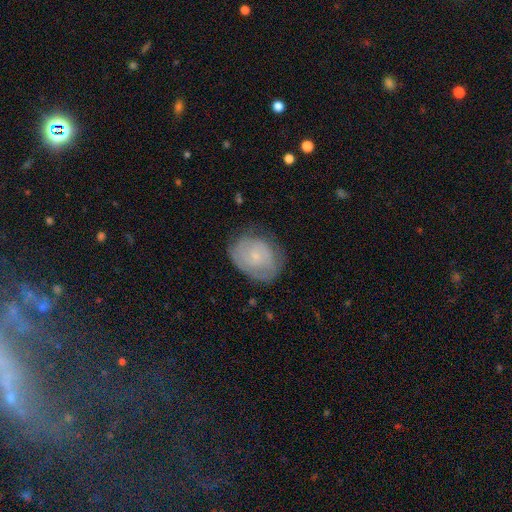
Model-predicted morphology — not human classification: Overall: featured or disk (54%; smooth 39%). Edge-on disk: no (97%). Bar: no (79%). Spiral arms: yes (75%). Bulge size: small (78%). Merging: none (66%).